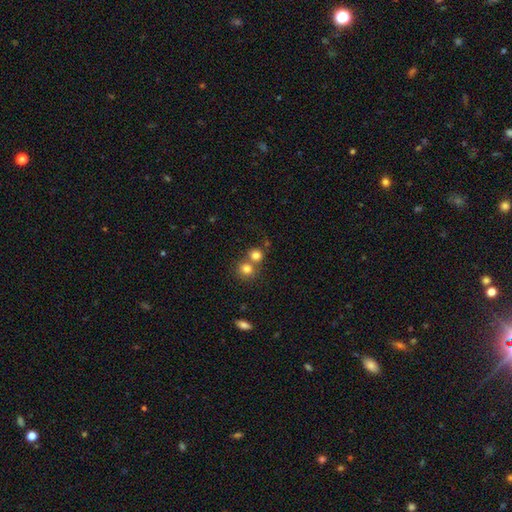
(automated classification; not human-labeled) Smooth or featured? Predicted: smooth (p=0.79). How rounded? Predicted: round (p=0.83). Merging? Predicted: none (p=0.48).